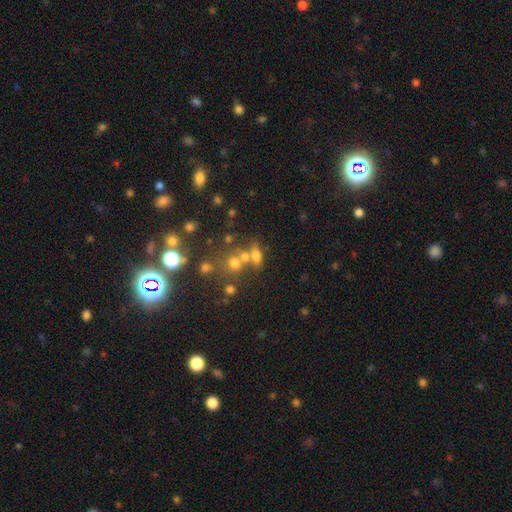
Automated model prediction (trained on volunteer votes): Smooth or featured? Predicted: smooth (p=0.64). How rounded? Predicted: in between (p=0.70). Merging? Predicted: none (p=0.44).